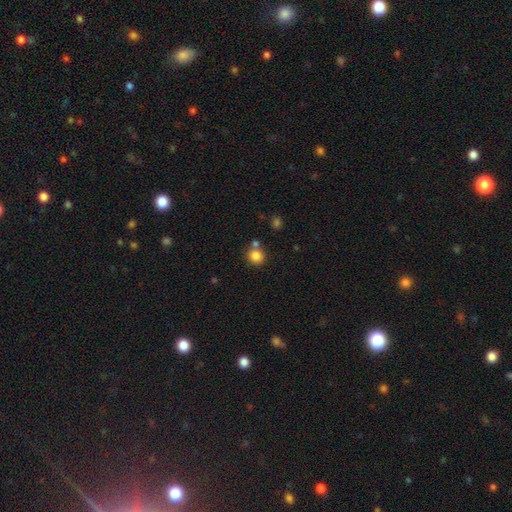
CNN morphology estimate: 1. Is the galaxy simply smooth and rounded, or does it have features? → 83% smooth, 11% star or artifact, 6% featured or disk.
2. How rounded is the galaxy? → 86% round, 13% in between, 1% cigar-shaped.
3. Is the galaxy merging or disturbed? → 68% none, 19% merger, 9% minor disturbance, 3% major disturbance.